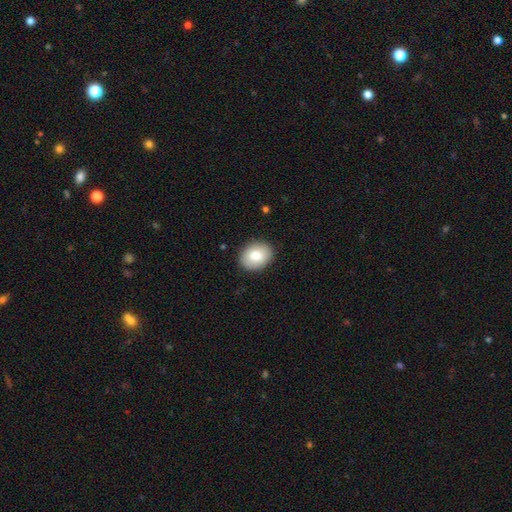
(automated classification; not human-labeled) Smooth or featured? smooth (83%)
How rounded? in between (64%)
Merging? none (89%)